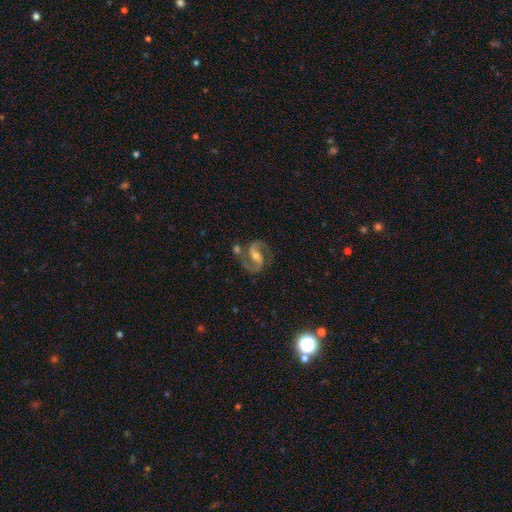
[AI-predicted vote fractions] Overall: featured or disk (90%). Edge-on disk: no (98%). Bar: weak (42%; strong 34%). Spiral arms: yes (98%). Spiral arm count: 2 (94%). Spiral winding: medium (64%). Bulge size: moderate (60%; small 31%). Merging: none (74%).